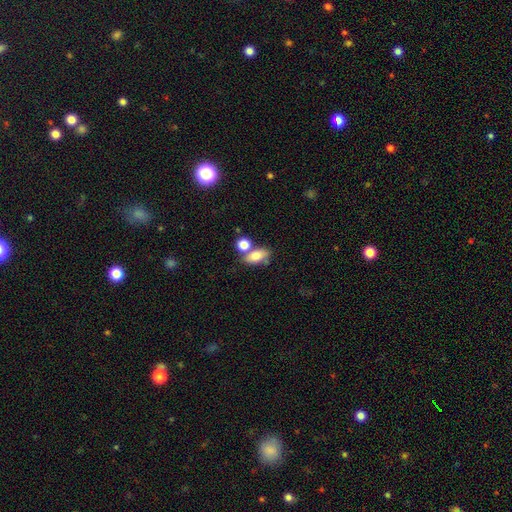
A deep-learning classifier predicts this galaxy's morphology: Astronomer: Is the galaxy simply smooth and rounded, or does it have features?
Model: smooth — 78%.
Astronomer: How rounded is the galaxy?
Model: in between — 80%.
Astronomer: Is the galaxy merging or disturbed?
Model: none — 50% (runner-up: merger, 32%).